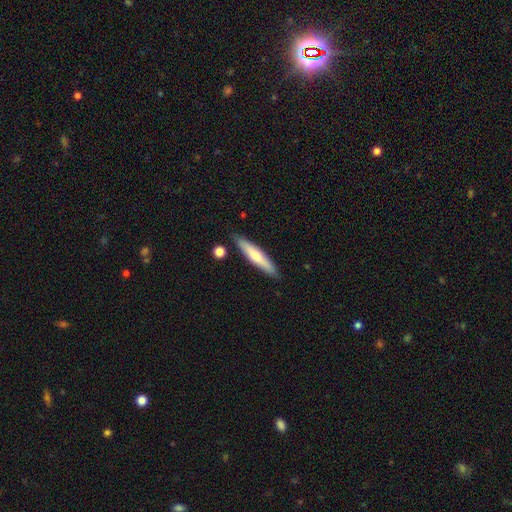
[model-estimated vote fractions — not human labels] Smooth or featured? Predicted: smooth (p=0.60). How rounded? Predicted: cigar-shaped (p=0.87). Merging? Predicted: none (p=0.85).